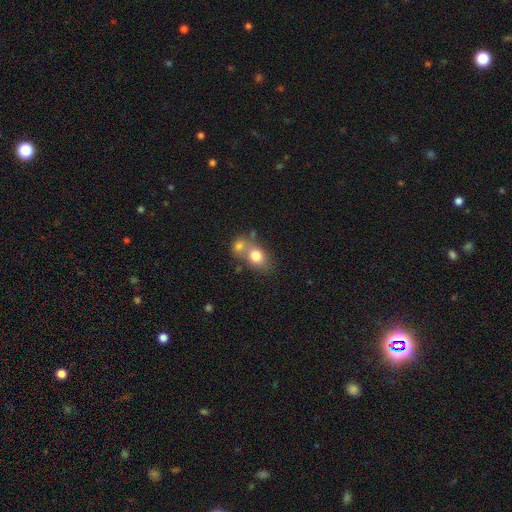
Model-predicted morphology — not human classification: Q: Smooth or featured?
A: smooth (76%); runner-up: featured or disk (14%)
Q: How rounded?
A: in between (52%); runner-up: round (46%)
Q: Merging?
A: merger (50%); runner-up: none (35%)